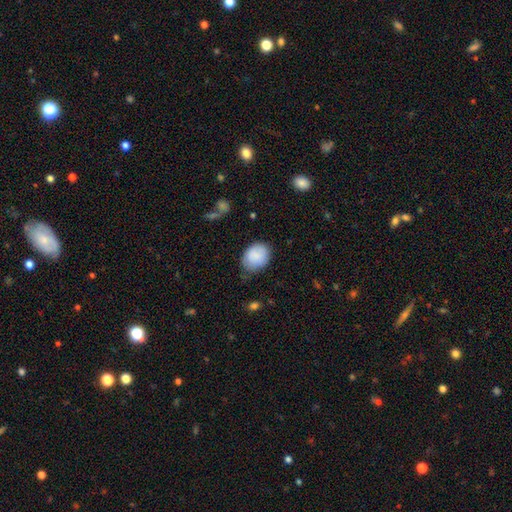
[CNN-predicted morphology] Q: Smooth or featured?
A: smooth (86%); runner-up: featured or disk (7%)
Q: How rounded?
A: in between (53%); runner-up: round (46%)
Q: Merging?
A: none (70%); runner-up: minor disturbance (23%)